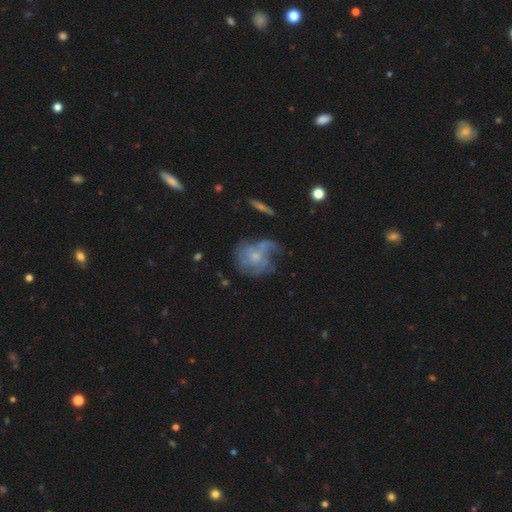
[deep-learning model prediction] Smooth or featured?
  - featured or disk: 64% *
  - smooth: 27%
  - star or artifact: 9%
Edge-on disk?
  - no: 96% *
  - yes: 4%
Bar?
  - no: 77% *
  - weak: 20%
  - strong: 3%
Spiral arms?
  - yes: 69% *
  - no: 31%
Bulge size?
  - small: 50% *
  - moderate: 39%
  - none: 7%
  - large: 3%
  - dominant: 1%
Merging?
  - none: 41% *
  - major disturbance: 26%
  - minor disturbance: 24%
  - merger: 10%